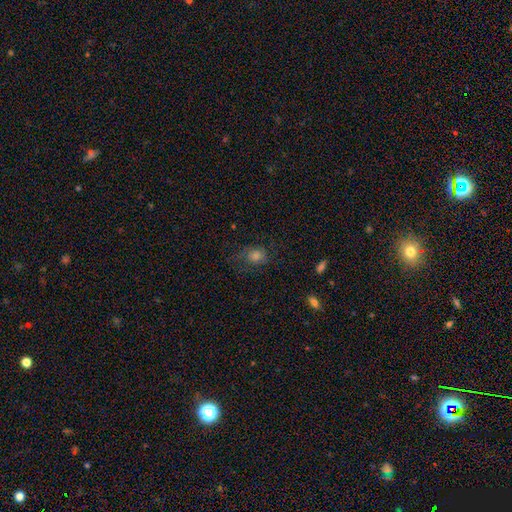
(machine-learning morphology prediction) A smooth galaxy with no disk features (60%) that is round (63%).

Vote fractions:
- Smooth or featured? smooth: 60% / star or artifact: 21% / featured or disk: 19%
- How rounded? round: 63% / in between: 36% / cigar-shaped: 1%
- Merging? none: 60% / minor disturbance: 22% / major disturbance: 17% / merger: 2%